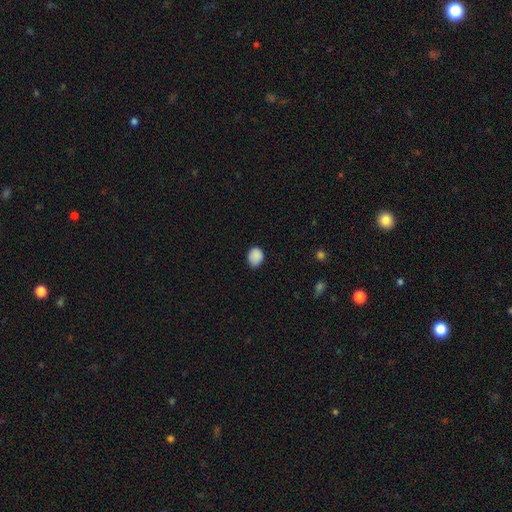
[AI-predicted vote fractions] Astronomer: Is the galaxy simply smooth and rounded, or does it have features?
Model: smooth — 88%.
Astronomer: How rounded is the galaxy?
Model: in between — 50%, tied with round at 50%.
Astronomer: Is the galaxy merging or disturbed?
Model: none — 72%.